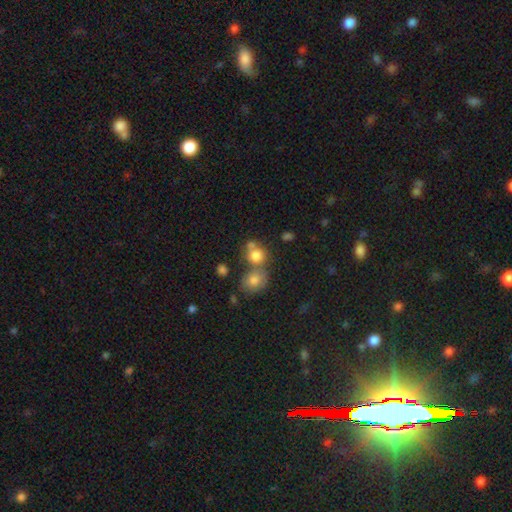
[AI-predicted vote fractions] Smooth or featured: smooth — 78% (star or artifact — 12%)
How rounded: round — 76% (in between — 23%)
Merging: none — 42% (tied with merger — 42%)